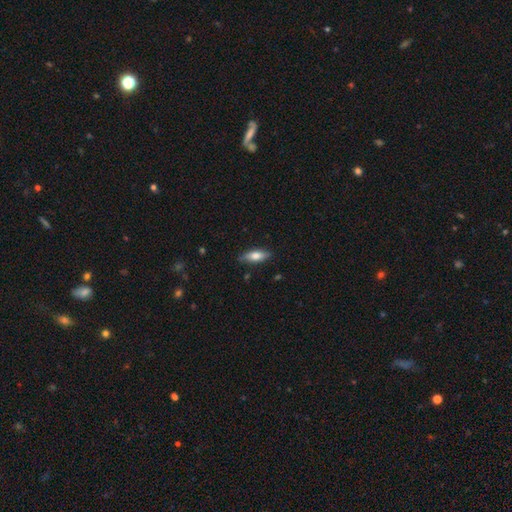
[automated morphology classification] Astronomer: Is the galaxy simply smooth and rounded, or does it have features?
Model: smooth — 69%.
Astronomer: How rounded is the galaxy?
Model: in between — 64%.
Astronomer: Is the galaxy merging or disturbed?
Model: none — 84%.